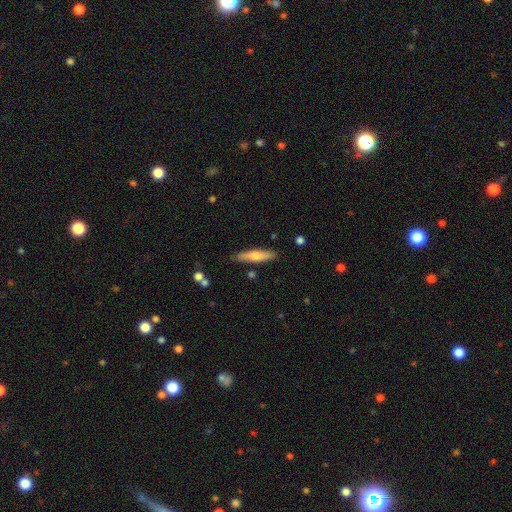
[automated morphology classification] Overall: smooth (61%; featured or disk 33%). How rounded: cigar-shaped (83%). Merging: none (86%).